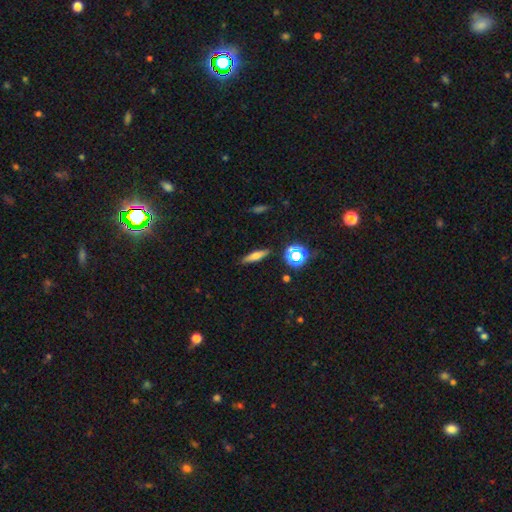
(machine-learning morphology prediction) smooth 58%, featured or disk 29%, star or artifact 13%. Down the decision tree: how rounded — cigar-shaped (67%); merging — none (87%).